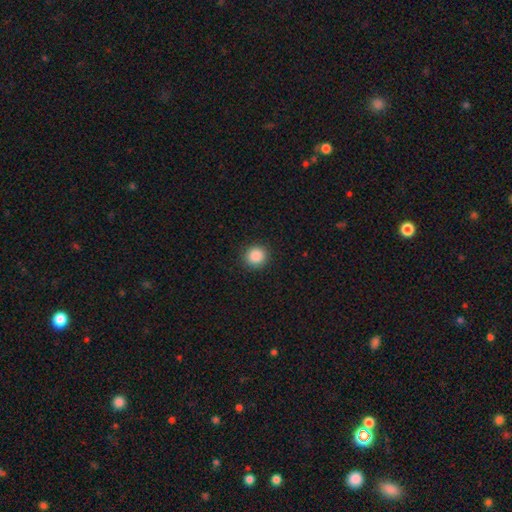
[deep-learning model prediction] This appears to be a smooth galaxy with no disk features (87%) that is round (93%). Merging: none (92%).